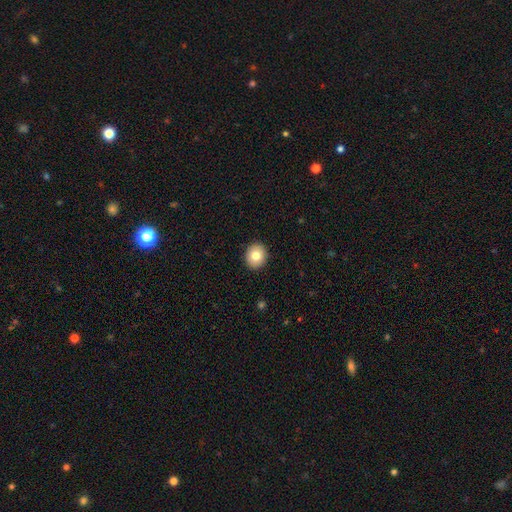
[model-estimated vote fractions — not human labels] Smooth or featured?
  - smooth: 81% *
  - featured or disk: 11%
  - star or artifact: 9%
How rounded?
  - round: 67% *
  - in between: 32%
  - cigar-shaped: 1%
Merging?
  - none: 91% *
  - minor disturbance: 6%
  - major disturbance: 2%
  - merger: 1%